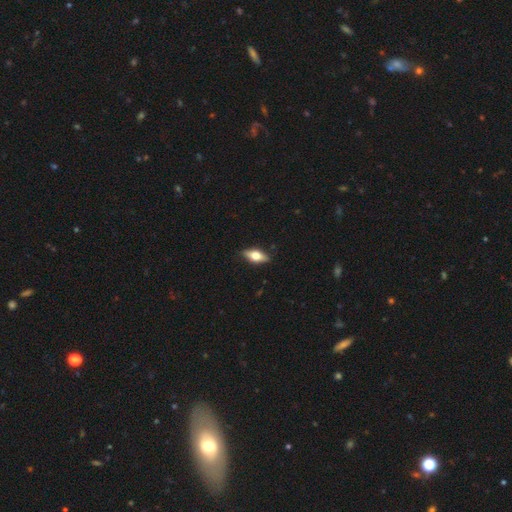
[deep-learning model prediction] A smooth galaxy with no disk features (49%).

Vote fractions:
- Smooth or featured? smooth: 49% / featured or disk: 45% / star or artifact: 7%
- Merging? none: 88% / minor disturbance: 9% / major disturbance: 2% / merger: 1%